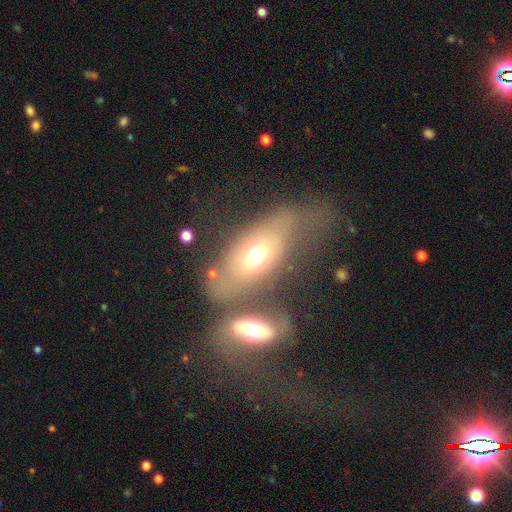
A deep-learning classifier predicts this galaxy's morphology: Smooth or featured? Predicted: smooth (p=0.57). How rounded? Predicted: in between (p=0.81). Merging? Predicted: none (p=0.34).